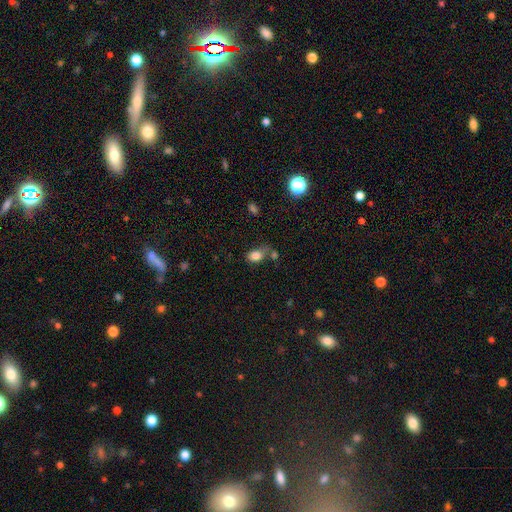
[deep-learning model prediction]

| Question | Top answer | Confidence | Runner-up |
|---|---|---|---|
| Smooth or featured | smooth | 83% | star or artifact (10%) |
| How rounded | in between | 77% | round (21%) |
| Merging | none | 48% | minor disturbance (22%) |